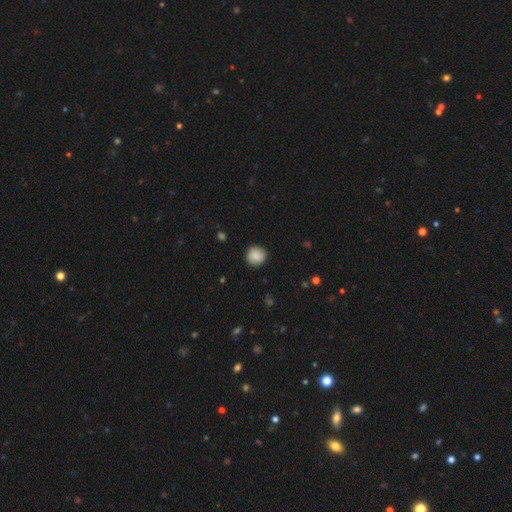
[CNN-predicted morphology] A smooth galaxy with no disk features (88%) that is round (91%). Merging: none (88%).